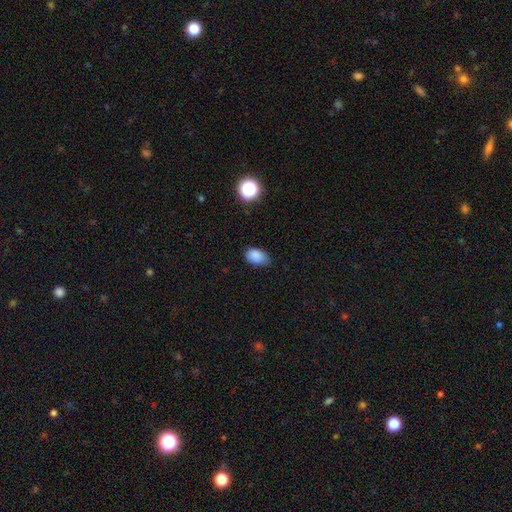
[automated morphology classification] Smooth or featured: smooth — 85% (star or artifact — 10%)
How rounded: in between — 86% (round — 13%)
Merging: none — 57% (minor disturbance — 35%)